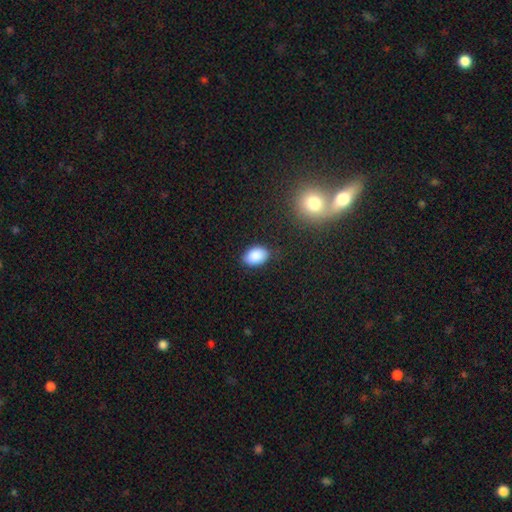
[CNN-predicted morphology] Smooth or featured: smooth — 88% (star or artifact — 8%)
How rounded: in between — 87% (round — 12%)
Merging: none — 84% (minor disturbance — 12%)